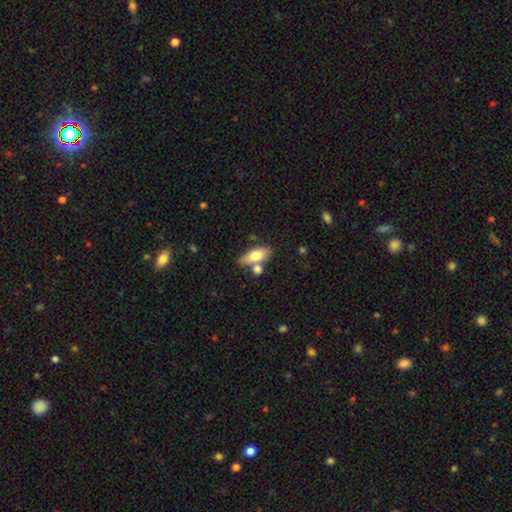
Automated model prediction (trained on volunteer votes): smooth 73%, featured or disk 20%, star or artifact 6%. Down the decision tree: how rounded — in between (81%); merging — none (56%).